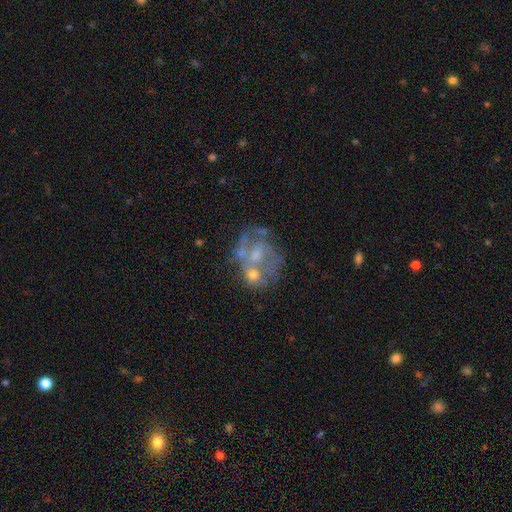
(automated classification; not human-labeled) This is likely a featured or disk galaxy (71%). It is clearly not viewed edge-on (98%). Bar: likely no (70%). Spiral arm pattern: possibly no (54%). Central bulge: marginally small (39%). Merging: marginally none (42%).